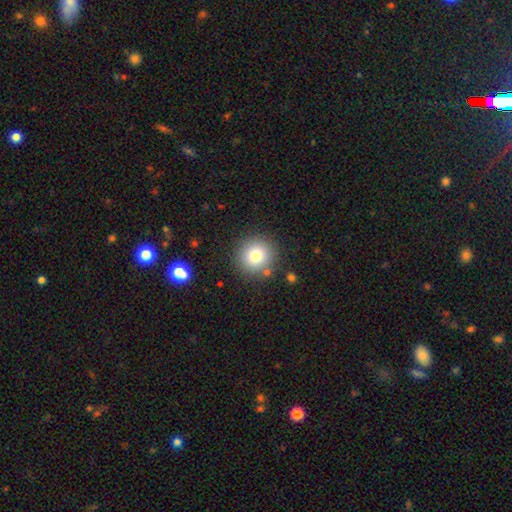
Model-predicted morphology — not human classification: smooth_or_featured: smooth (p=0.78) [alt: star or artifact p=0.12]
how_rounded: round (p=0.93) [alt: in between p=0.06]
merging: none (p=0.86) [alt: minor disturbance p=0.08]